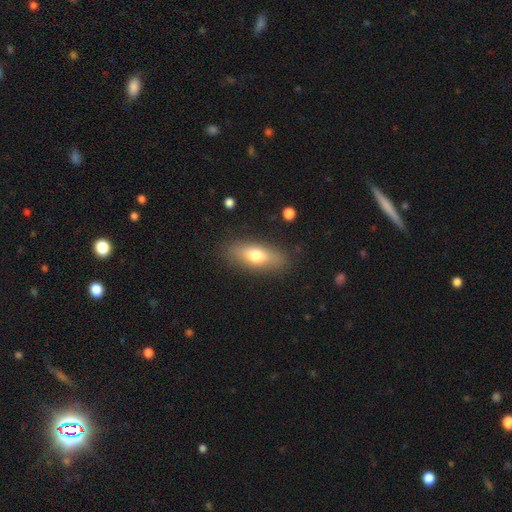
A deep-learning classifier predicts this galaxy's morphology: Smooth or featured: smooth — 71% (featured or disk — 22%)
How rounded: in between — 71% (cigar-shaped — 25%)
Merging: none — 84% (minor disturbance — 11%)